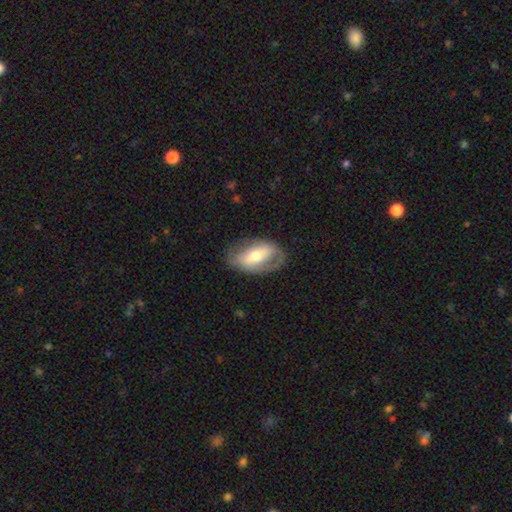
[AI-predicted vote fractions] featured or disk 53%, smooth 40%, star or artifact 6%. Down the decision tree: edge-on disk — no (86%); merging — none (70%).